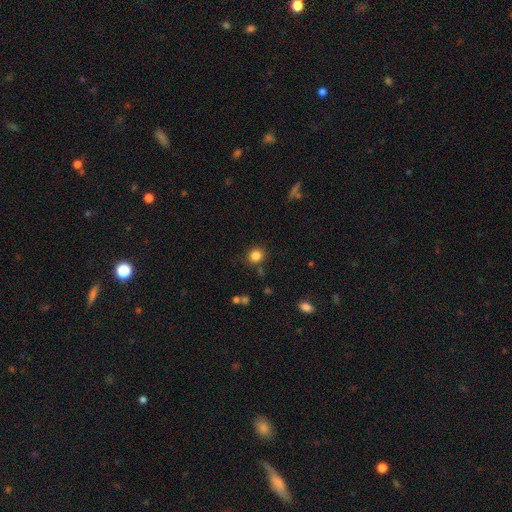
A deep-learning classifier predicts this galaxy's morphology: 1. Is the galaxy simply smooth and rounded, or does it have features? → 83% smooth, 12% star or artifact, 5% featured or disk.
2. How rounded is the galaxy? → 82% round, 17% in between, 1% cigar-shaped.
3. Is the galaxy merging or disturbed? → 85% none, 9% minor disturbance, 3% merger, 3% major disturbance.